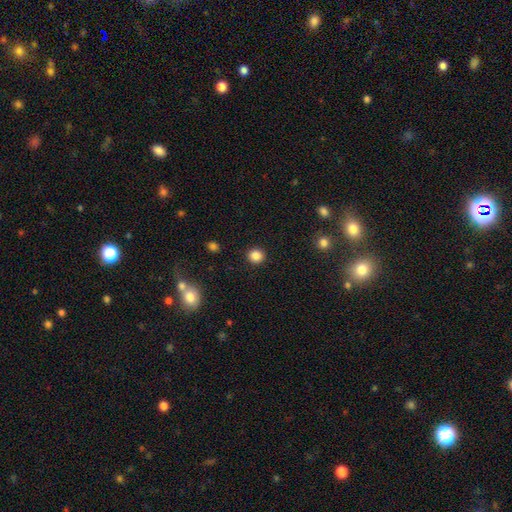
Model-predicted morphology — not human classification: Smooth or featured: smooth — 86% (star or artifact — 11%)
How rounded: round — 87% (in between — 12%)
Merging: none — 91% (minor disturbance — 5%)